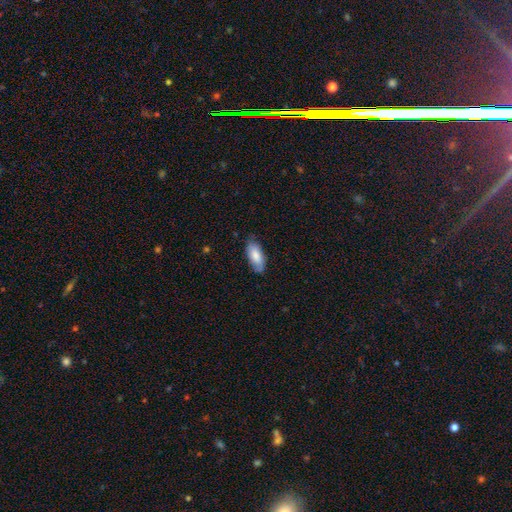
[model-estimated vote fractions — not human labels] A smooth galaxy with no disk features (78%) that is in between round and cigar-shaped (86%).

Vote fractions:
- Smooth or featured? smooth: 78% / featured or disk: 16% / star or artifact: 6%
- How rounded? in between: 86% / cigar-shaped: 12% / round: 2%
- Merging? none: 75% / minor disturbance: 20% / major disturbance: 3% / merger: 1%